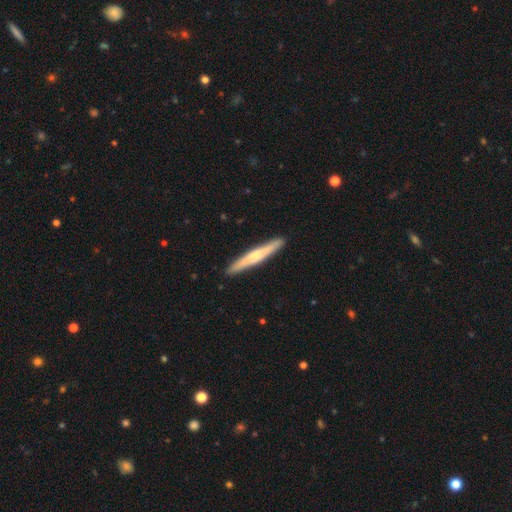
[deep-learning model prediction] Q: Smooth or featured?
A: smooth (48%); runner-up: featured or disk (47%)
Q: Merging?
A: none (92%); runner-up: minor disturbance (6%)